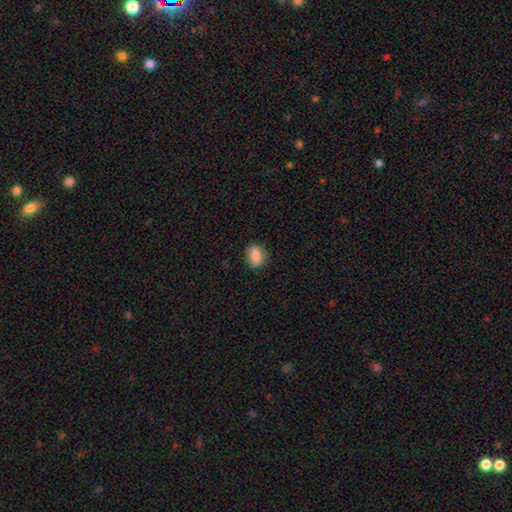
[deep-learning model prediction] Overall: smooth (84%). How rounded: in between (71%). Merging: none (79%).